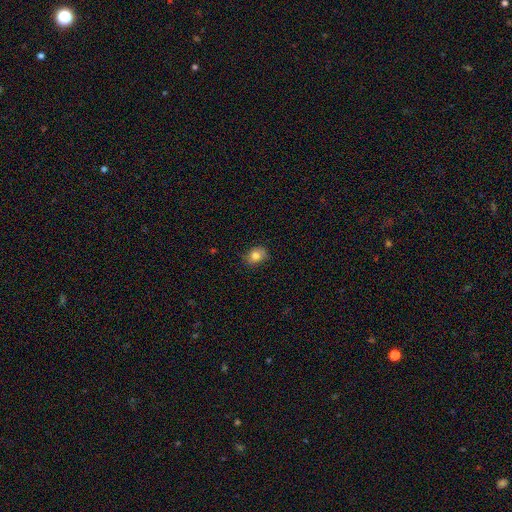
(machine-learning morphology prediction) Overall: smooth (80%). How rounded: in between (58%; round 41%). Merging: none (77%).